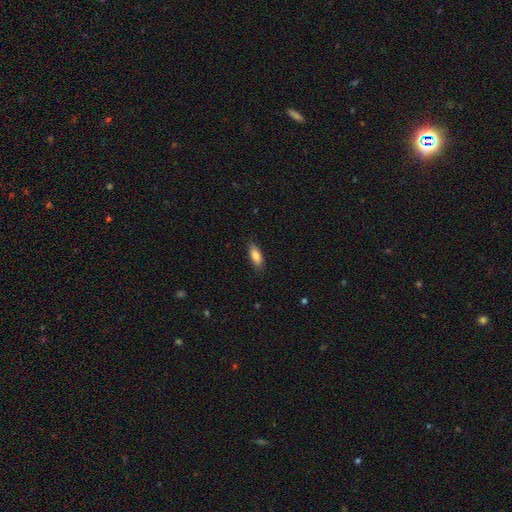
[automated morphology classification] Overall: smooth (83%). How rounded: in between (72%). Merging: none (86%).